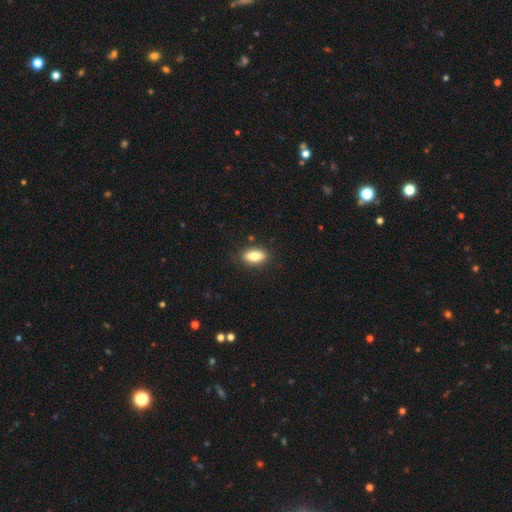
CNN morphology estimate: smooth_or_featured: smooth (p=0.83) [alt: featured or disk p=0.10]
how_rounded: in between (p=0.87) [alt: cigar-shaped p=0.08]
merging: none (p=0.86) [alt: minor disturbance p=0.11]